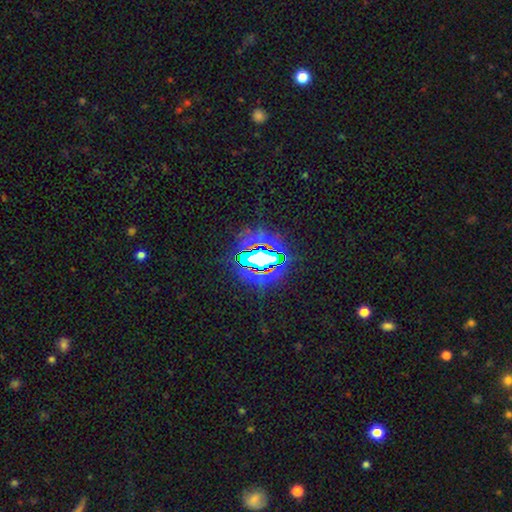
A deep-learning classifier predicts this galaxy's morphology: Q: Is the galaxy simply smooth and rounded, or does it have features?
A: star or artifact — 80%.